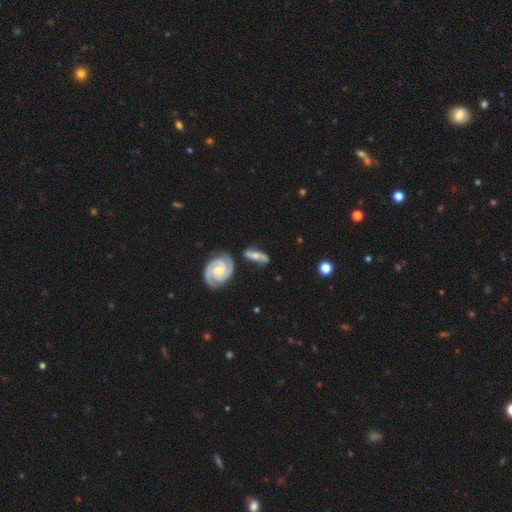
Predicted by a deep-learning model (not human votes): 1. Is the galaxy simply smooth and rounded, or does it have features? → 71% featured or disk, 23% smooth, 6% star or artifact.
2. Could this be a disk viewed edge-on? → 86% no, 14% yes.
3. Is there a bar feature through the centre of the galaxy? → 47% no, 34% weak, 19% strong.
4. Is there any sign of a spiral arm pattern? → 93% yes, 7% no.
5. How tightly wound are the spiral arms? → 44% tight, 38% medium, 18% loose.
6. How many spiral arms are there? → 88% 2, 6% can't tell, 2% 3, 2% 1, 1% 4, 1% more than 4.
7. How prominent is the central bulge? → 47% moderate, 44% small, 5% large, 4% none, 1% dominant.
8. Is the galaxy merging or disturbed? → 61% none, 18% minor disturbance, 15% merger, 7% major disturbance.